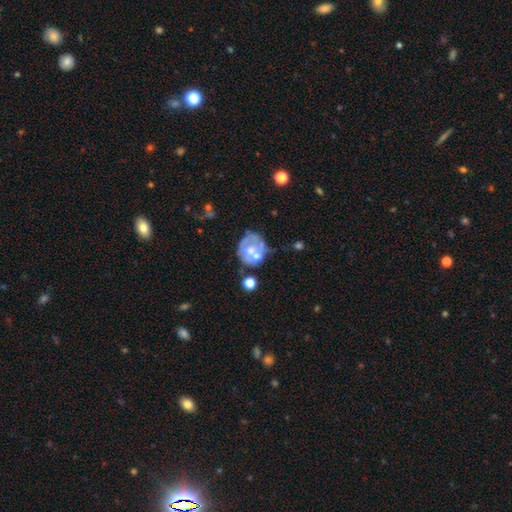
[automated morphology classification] smooth_or_featured: featured or disk (p=0.55) [alt: smooth p=0.36]
disk_edge_on: no (p=0.98) [alt: yes p=0.02]
bar: no (p=0.87) [alt: weak p=0.10]
has_spiral_arms: no (p=0.83) [alt: yes p=0.17]
bulge_size: moderate (p=0.61) [alt: small p=0.20]
merging: merger (p=0.32) [alt: none p=0.30]